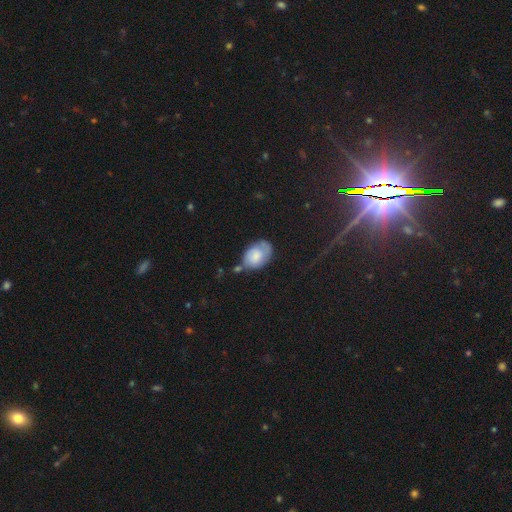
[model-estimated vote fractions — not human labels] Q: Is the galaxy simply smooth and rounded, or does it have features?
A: smooth — 66%.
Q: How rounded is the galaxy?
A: in between — 83%.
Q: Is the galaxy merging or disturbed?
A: none — 45%.